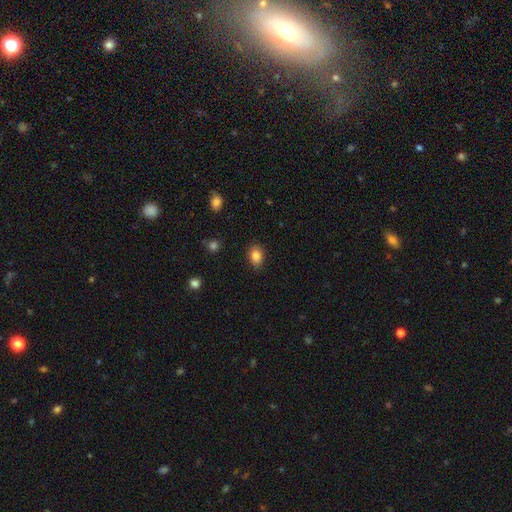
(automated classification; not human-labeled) smooth-or-featured: smooth: 85% | star or artifact: 10% | featured or disk: 5%
  how-rounded: in between: 73% | round: 26% | cigar-shaped: 1%
  merging: none: 86% | minor disturbance: 10% | major disturbance: 2% | merger: 1%